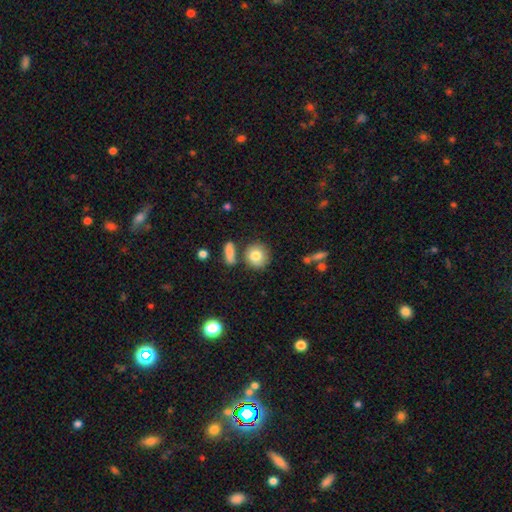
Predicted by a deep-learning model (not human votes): This is likely a smooth galaxy (80%). How rounded: clearly round (84%). Merging: likely none (71%).